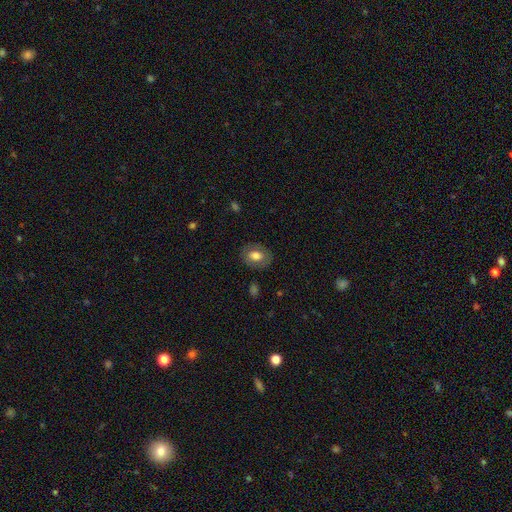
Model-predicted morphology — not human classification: Smooth or featured? Predicted: smooth (p=0.69). How rounded? Predicted: in between (p=0.64). Merging? Predicted: none (p=0.83).